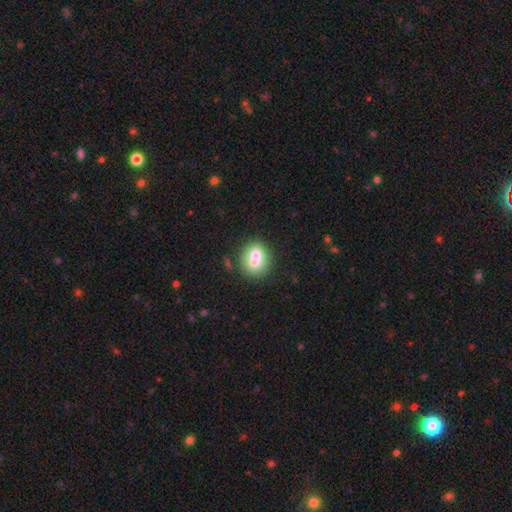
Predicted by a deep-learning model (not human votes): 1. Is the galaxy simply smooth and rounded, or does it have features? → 69% smooth, 22% featured or disk, 9% star or artifact.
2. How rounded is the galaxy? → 71% round, 28% in between, 1% cigar-shaped.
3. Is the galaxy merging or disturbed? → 48% merger, 39% none, 10% minor disturbance, 3% major disturbance.